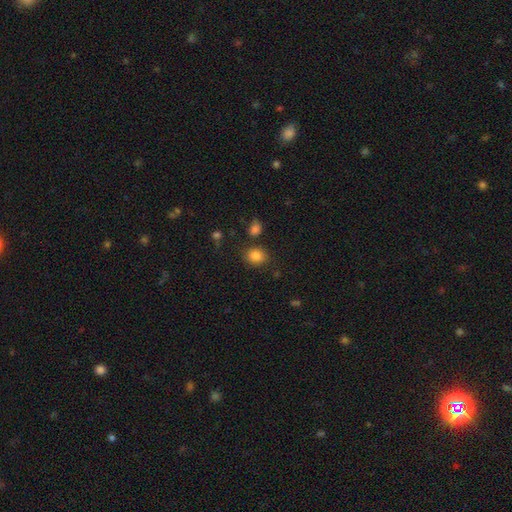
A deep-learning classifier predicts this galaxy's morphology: Overall: smooth (85%). How rounded: round (62%; in between 37%). Merging: none (78%).